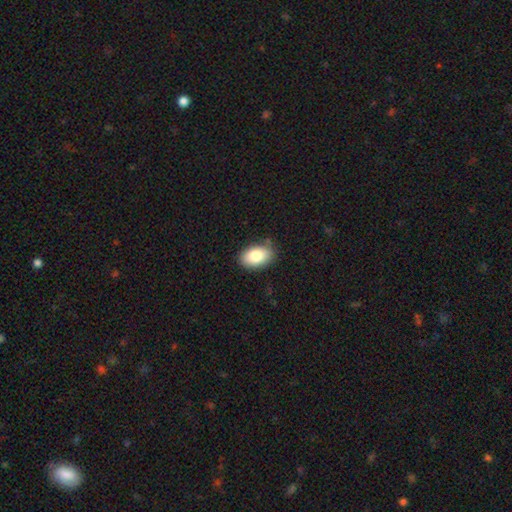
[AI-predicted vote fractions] Smooth or featured: smooth — 83% (featured or disk — 10%)
How rounded: in between — 90% (round — 8%)
Merging: none — 83% (minor disturbance — 13%)